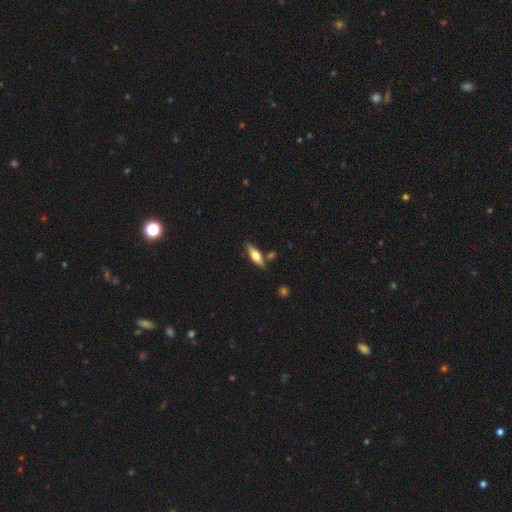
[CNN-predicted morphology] smooth_or_featured: featured or disk (p=0.50) [alt: smooth p=0.44]
merging: none (p=0.79) [alt: minor disturbance p=0.11]